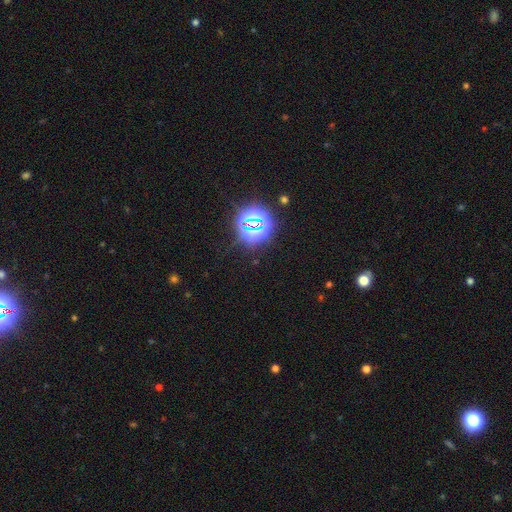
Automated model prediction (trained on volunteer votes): Morphology: type=star or artifact (82%).